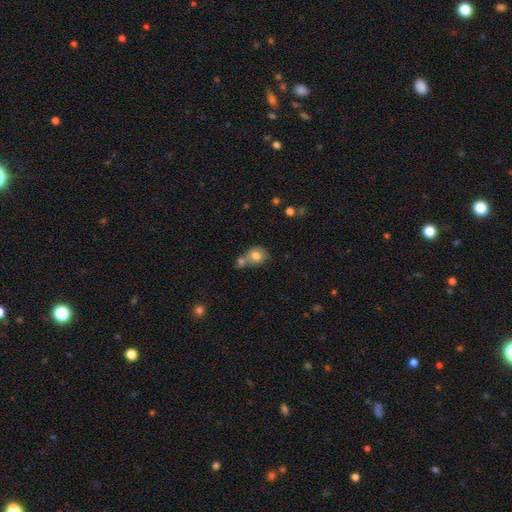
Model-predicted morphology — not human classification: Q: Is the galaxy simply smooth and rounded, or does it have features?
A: smooth — 78%.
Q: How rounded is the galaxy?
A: round — 62%.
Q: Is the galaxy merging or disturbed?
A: merger — 46%.